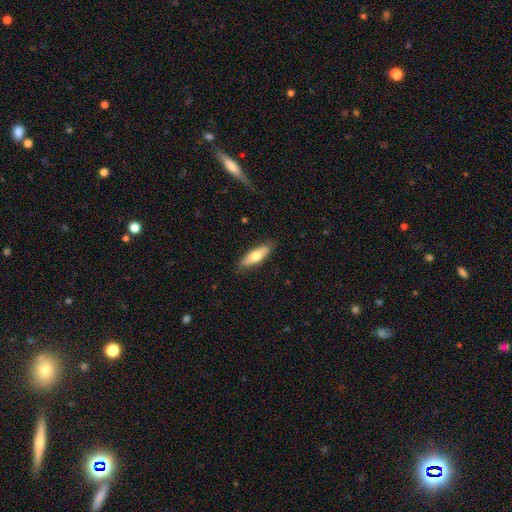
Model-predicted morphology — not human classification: smooth 67%, featured or disk 28%, star or artifact 6%. Down the decision tree: how rounded — in between (57%); merging — none (85%).